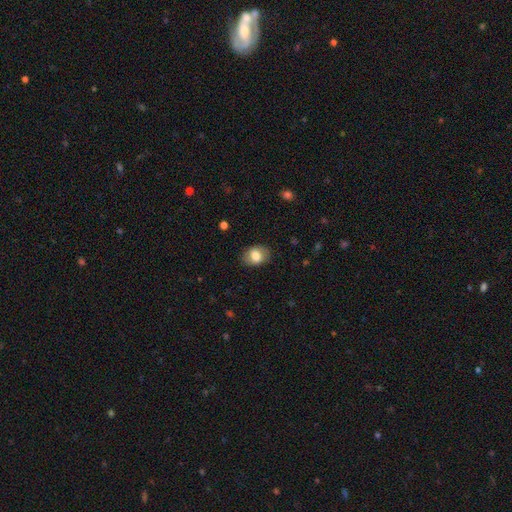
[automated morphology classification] Q: Smooth or featured?
A: smooth (76%); runner-up: featured or disk (17%)
Q: How rounded?
A: in between (72%); runner-up: round (27%)
Q: Merging?
A: none (82%); runner-up: minor disturbance (13%)